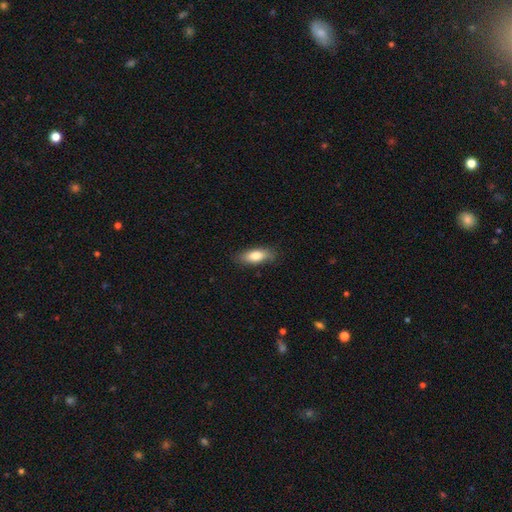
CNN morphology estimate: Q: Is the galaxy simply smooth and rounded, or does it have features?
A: smooth — 79%.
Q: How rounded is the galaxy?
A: in between — 73%.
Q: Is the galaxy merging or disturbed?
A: none — 83%.